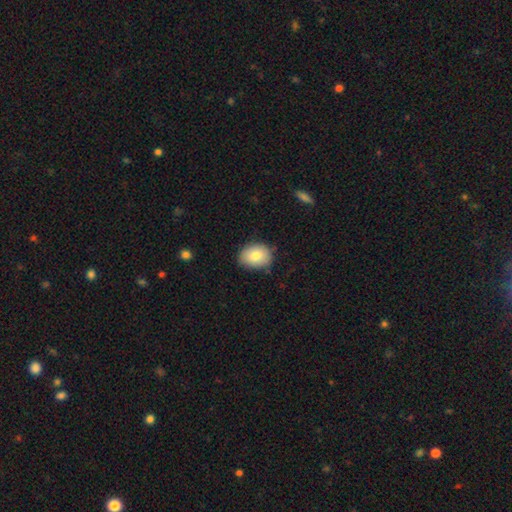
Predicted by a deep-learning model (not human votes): A smooth galaxy with no disk features (81%) that is in between round and cigar-shaped (65%).

Vote fractions:
- Smooth or featured? smooth: 81% / featured or disk: 11% / star or artifact: 8%
- How rounded? in between: 65% / round: 34% / cigar-shaped: 1%
- Merging? none: 80% / minor disturbance: 16% / major disturbance: 3% / merger: 1%